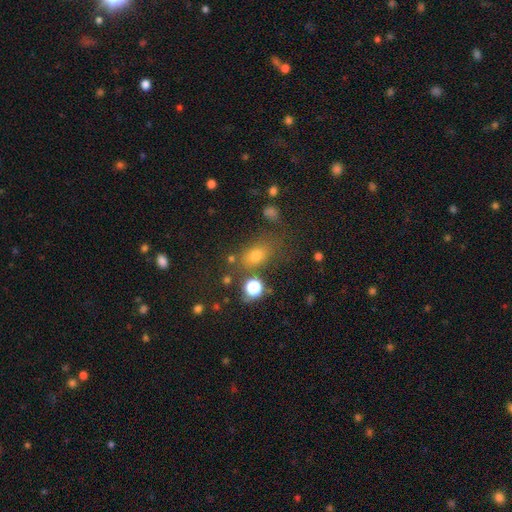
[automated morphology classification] smooth_or_featured: smooth (p=0.68) [alt: star or artifact p=0.21]
how_rounded: in between (p=0.69) [alt: round p=0.27]
merging: none (p=0.67) [alt: minor disturbance p=0.16]